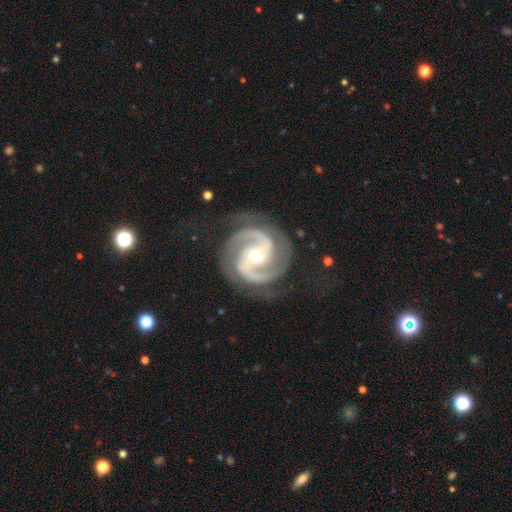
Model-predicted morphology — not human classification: Smooth or featured: featured or disk — 94% (star or artifact — 4%)
Edge-on disk: no — 98% (yes — 2%)
Bar: no — 39% (weak — 35%)
Spiral arms: yes — 99% (no — 1%)
Spiral winding: medium — 53% (tight — 40%)
Spiral arm count: 2 — 89% (3 — 5%)
Bulge size: moderate — 57% (small — 39%)
Merging: none — 81% (minor disturbance — 13%)